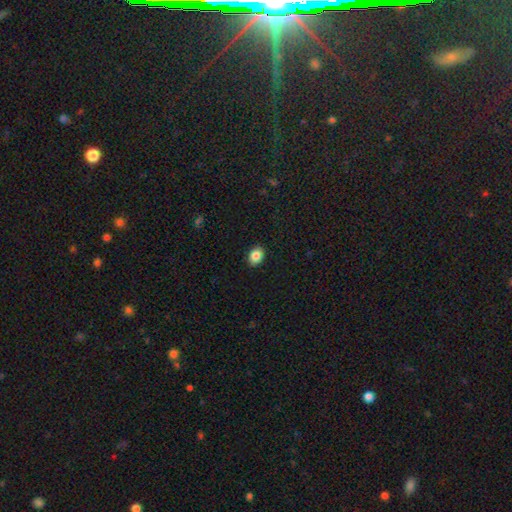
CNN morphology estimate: Smooth or featured? Predicted: smooth (p=0.86). How rounded? Predicted: in between (p=0.66). Merging? Predicted: none (p=0.90).